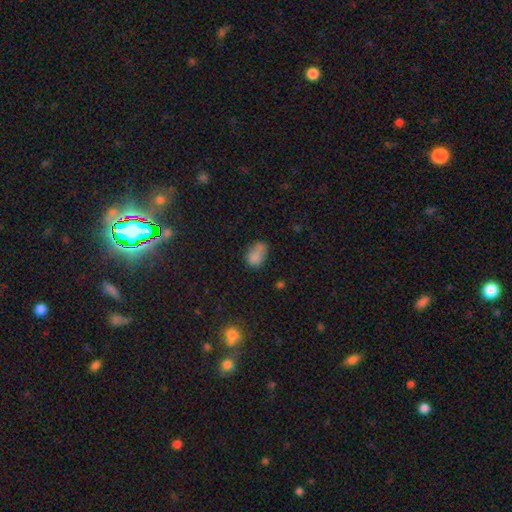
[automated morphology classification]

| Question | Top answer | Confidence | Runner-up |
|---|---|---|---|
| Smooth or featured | smooth | 80% | star or artifact (11%) |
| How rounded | in between | 75% | round (24%) |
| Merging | none | 40% | minor disturbance (26%) |